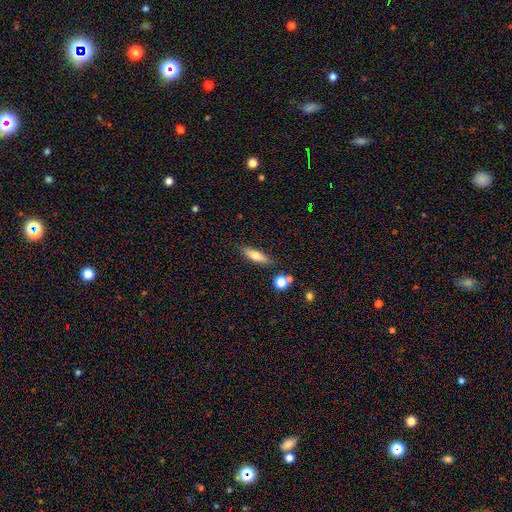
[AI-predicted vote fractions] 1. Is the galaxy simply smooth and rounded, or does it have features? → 65% smooth, 27% featured or disk, 8% star or artifact.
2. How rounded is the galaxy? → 58% cigar-shaped, 39% in between, 3% round.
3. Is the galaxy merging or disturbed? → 82% none, 11% minor disturbance, 4% merger, 3% major disturbance.